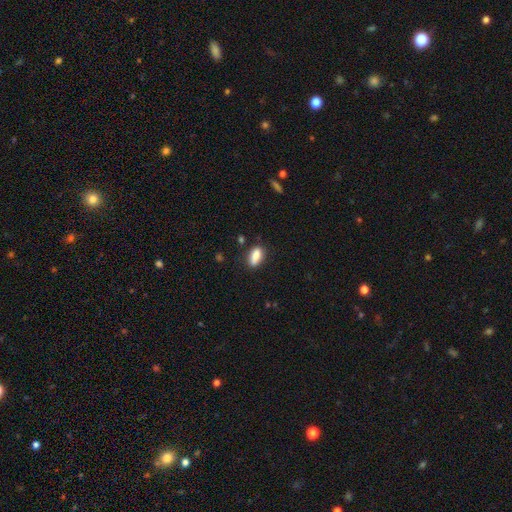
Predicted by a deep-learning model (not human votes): This appears to be a smooth galaxy with no disk features (86%) that is in between round and cigar-shaped (81%). Merging: none (79%).